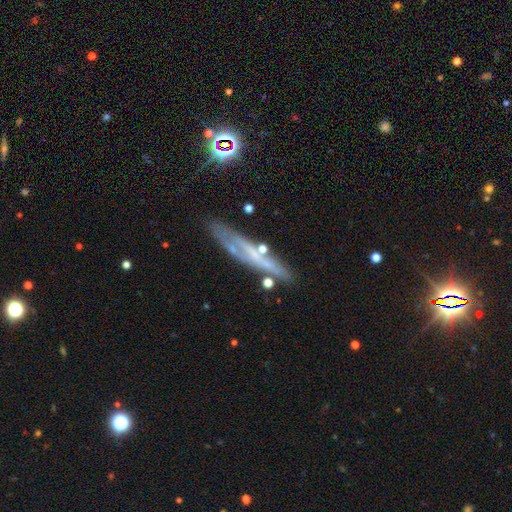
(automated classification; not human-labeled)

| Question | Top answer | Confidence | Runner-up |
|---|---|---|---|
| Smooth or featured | featured or disk | 60% | smooth (29%) |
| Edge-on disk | yes | 72% | no (28%) |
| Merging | none | 70% | minor disturbance (18%) |